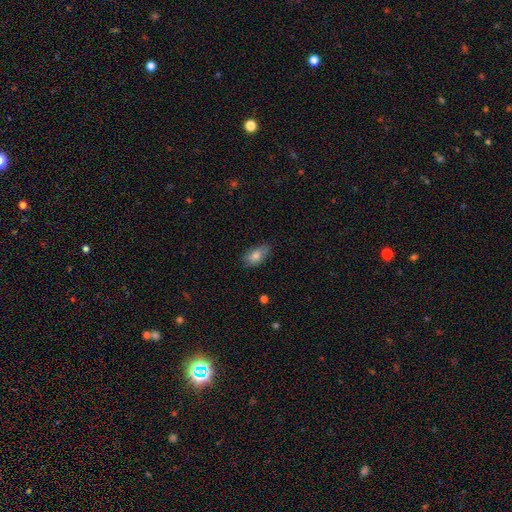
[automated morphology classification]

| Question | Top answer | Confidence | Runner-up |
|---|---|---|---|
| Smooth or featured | smooth | 80% | featured or disk (12%) |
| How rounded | in between | 88% | cigar-shaped (6%) |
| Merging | none | 74% | minor disturbance (21%) |